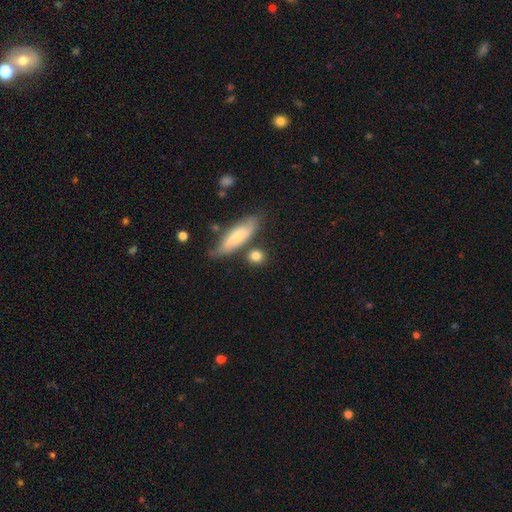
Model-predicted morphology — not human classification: Smooth or featured?
  - smooth: 80% *
  - featured or disk: 13%
  - star or artifact: 7%
How rounded?
  - round: 59% *
  - in between: 26%
  - cigar-shaped: 16%
Merging?
  - none: 71% *
  - minor disturbance: 13%
  - merger: 11%
  - major disturbance: 4%